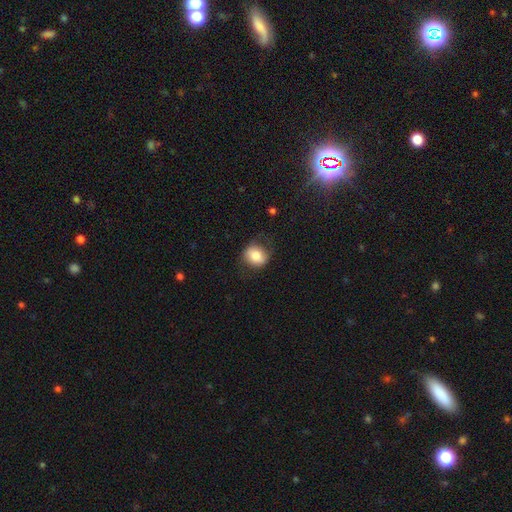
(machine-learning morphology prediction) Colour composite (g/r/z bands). It shows a smooth galaxy with no disk features (76%) that is round (63%). Merging: none (70%).